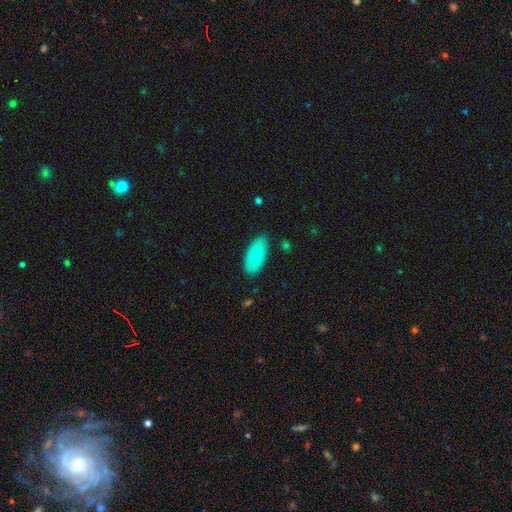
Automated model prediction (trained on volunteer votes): This is clearly a smooth galaxy (84%). How rounded: clearly in between (91%). Merging: clearly none (80%).